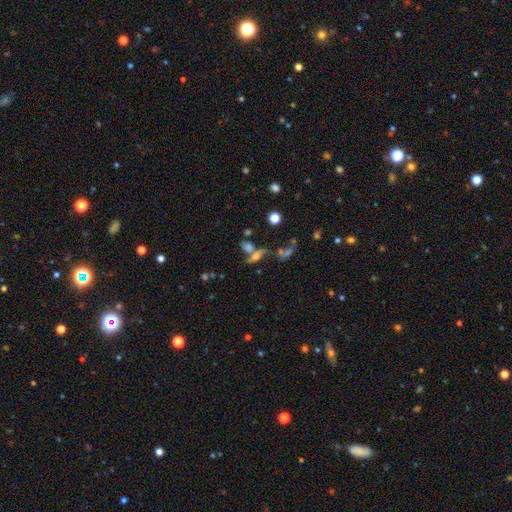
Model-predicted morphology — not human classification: A smooth galaxy with no disk features (46%).

Vote fractions:
- Smooth or featured? smooth: 46% / featured or disk: 32% / star or artifact: 22%
- Merging? merger: 43% / none: 32% / major disturbance: 14% / minor disturbance: 11%